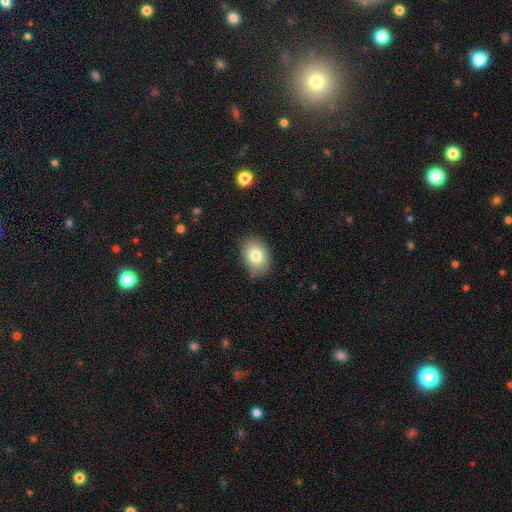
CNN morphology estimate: smooth-or-featured: smooth: 79% | featured or disk: 12% | star or artifact: 9%
  how-rounded: in between: 75% | round: 24% | cigar-shaped: 1%
  merging: none: 81% | minor disturbance: 15% | major disturbance: 3% | merger: 1%